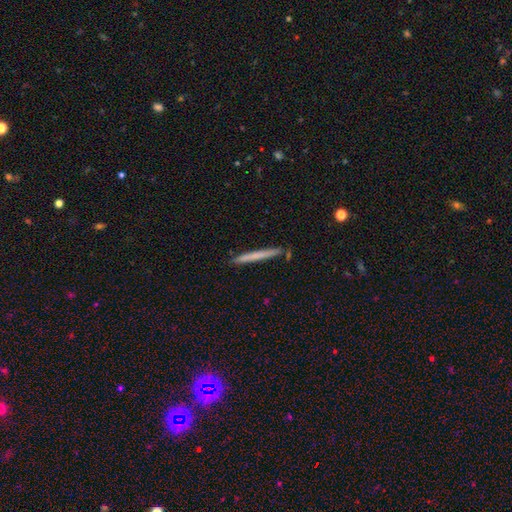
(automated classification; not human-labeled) smooth 62%, featured or disk 32%, star or artifact 6%. Down the decision tree: how rounded — cigar-shaped (97%); merging — none (88%).